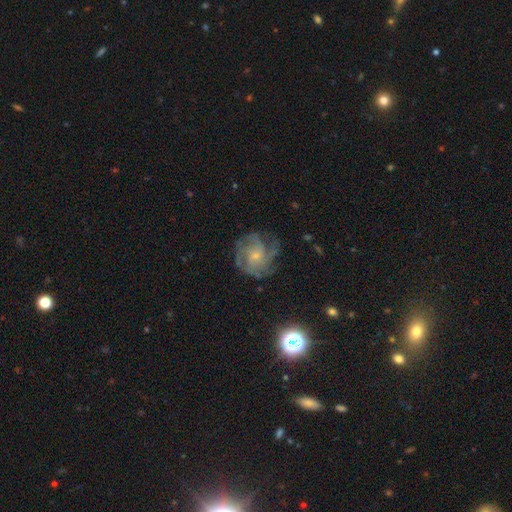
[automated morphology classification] A featured or disk galaxy (77%) with no bar (72%), 4 (29%) medium (43%, tied with tight) spiral arms (92%) and a small central bulge (72%).

Vote fractions:
- Smooth or featured? featured or disk: 77% / smooth: 14% / star or artifact: 9%
- Edge-on disk? no: 98% / yes: 2%
- Bar? no: 72% / weak: 24% / strong: 3%
- Spiral arms? yes: 92% / no: 8%
- Spiral winding? medium: 43% (tied) / tight: 43% (tied) / loose: 15%
- Spiral arm count? 4: 29% / can't tell: 28% / 3: 20% / 2: 9% / more than 4: 8% / 1: 6%
- Bulge size? small: 72% / moderate: 19% / none: 6% / large: 1% / dominant: 1%
- Merging? none: 66% / minor disturbance: 19% / major disturbance: 13% / merger: 1%